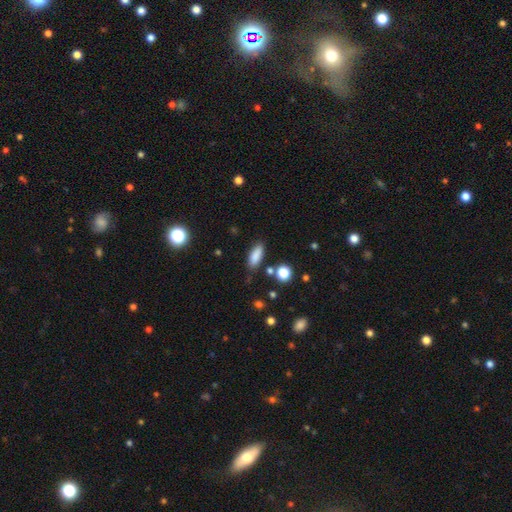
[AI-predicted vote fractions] This is clearly a smooth galaxy (85%). How rounded: likely in between (67%). Merging: clearly none (81%).